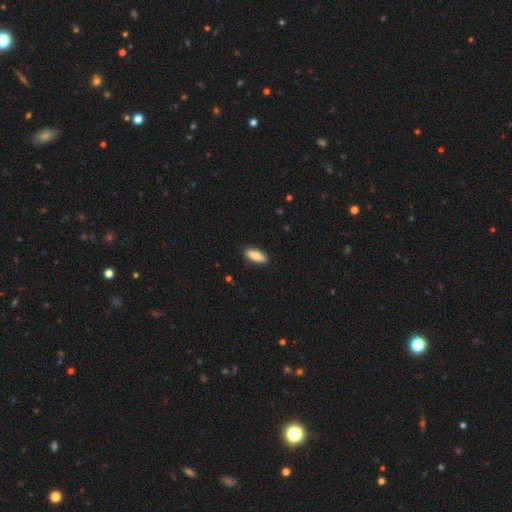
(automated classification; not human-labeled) The model was most divided on "how rounded": in between: 74%, cigar-shaped: 24%, round: 2%. More confident: merging — none (89%); smooth or featured — smooth (79%).